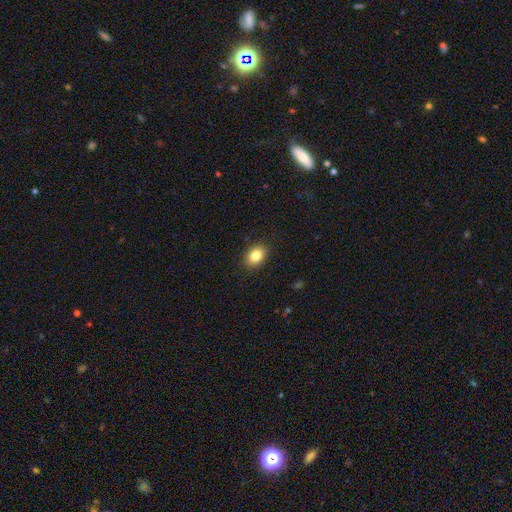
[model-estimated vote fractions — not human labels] Smooth or featured?
  - smooth: 84% *
  - star or artifact: 9%
  - featured or disk: 7%
How rounded?
  - in between: 73% *
  - round: 26%
  - cigar-shaped: 1%
Merging?
  - none: 89% *
  - minor disturbance: 8%
  - major disturbance: 2%
  - merger: 1%